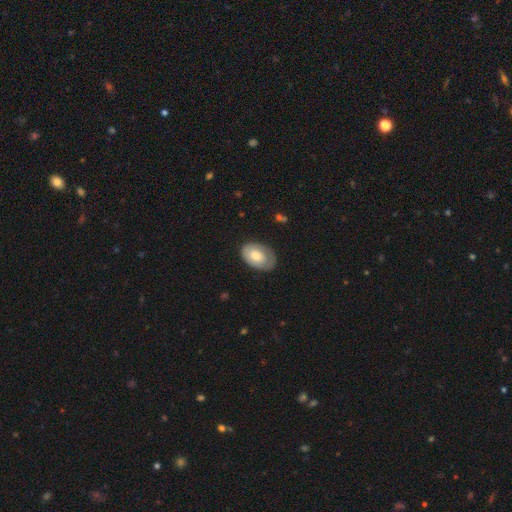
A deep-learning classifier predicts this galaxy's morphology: Q: Smooth or featured?
A: smooth (66%); runner-up: featured or disk (29%)
Q: How rounded?
A: in between (88%); runner-up: round (11%)
Q: Merging?
A: none (72%); runner-up: minor disturbance (21%)